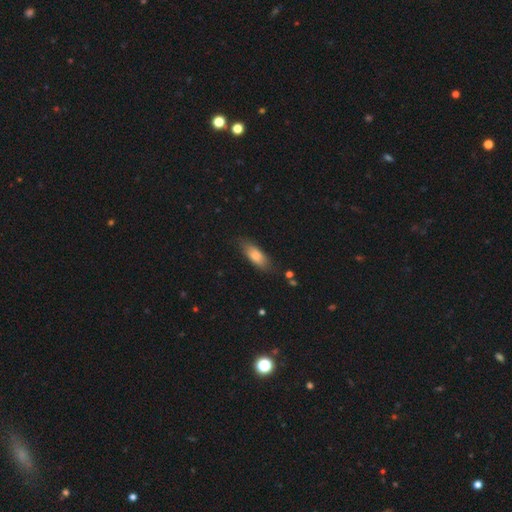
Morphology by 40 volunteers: Smooth or featured: smooth — 92% (featured or disk — 5%)
How rounded: in between — 68% (cigar-shaped — 32%)
Merging: none — 67% (minor disturbance — 21%)